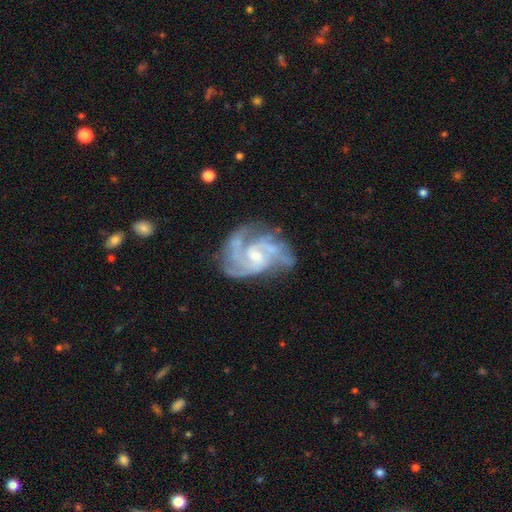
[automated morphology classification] type=featured or disk (90%); edge-on=no (98%); bar=no (52%); spiral arms=yes (98%); winding=medium (48%); arm count=3 (44%); bulge=small (60%); merging=none (63%).